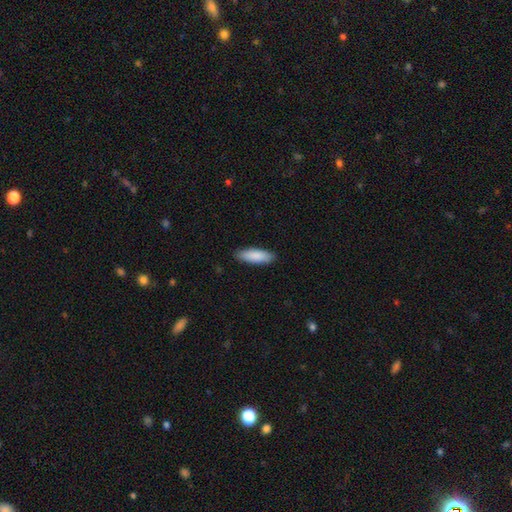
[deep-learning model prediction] Smooth or featured? Predicted: smooth (p=0.88). How rounded? Predicted: in between (p=0.57). Merging? Predicted: none (p=0.89).